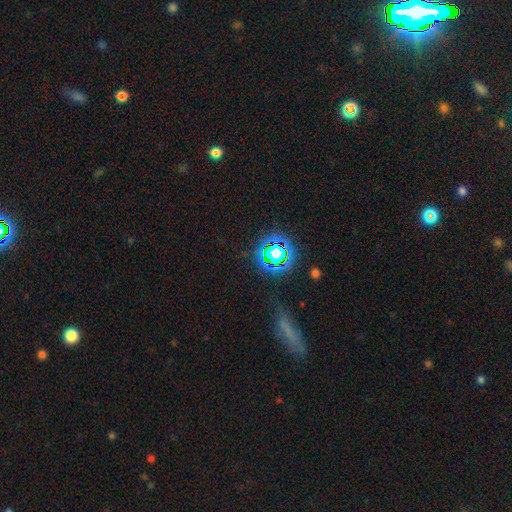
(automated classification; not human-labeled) smooth-or-featured: star or artifact: 65% | smooth: 24% | featured or disk: 11%